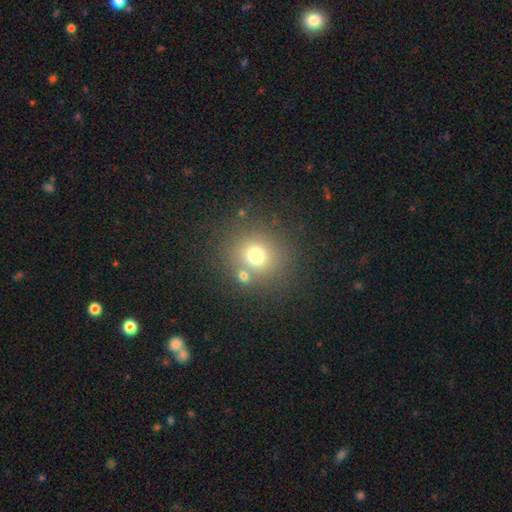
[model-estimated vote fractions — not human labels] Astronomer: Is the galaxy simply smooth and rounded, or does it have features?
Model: smooth — 71%.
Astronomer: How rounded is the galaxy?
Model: round — 87%.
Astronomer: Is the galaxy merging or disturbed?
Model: none — 72%.